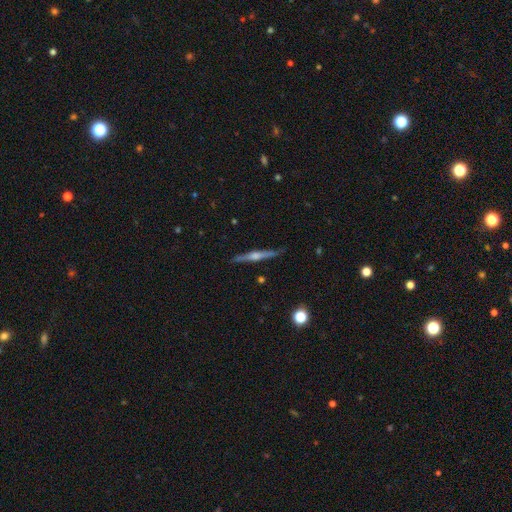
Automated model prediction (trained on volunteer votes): The model was most divided on "smooth or featured": featured or disk: 78%, smooth: 16%, star or artifact: 6%. More confident: edge-on disk — yes (98%); merging — none (90%); edge-on bulge — rounded (82%).